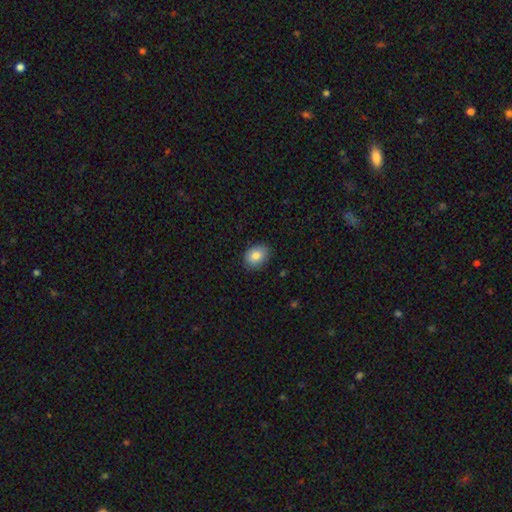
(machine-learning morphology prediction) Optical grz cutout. It shows a smooth galaxy with no disk features (84%) that is in between round and cigar-shaped (58%). Merging: none (84%).